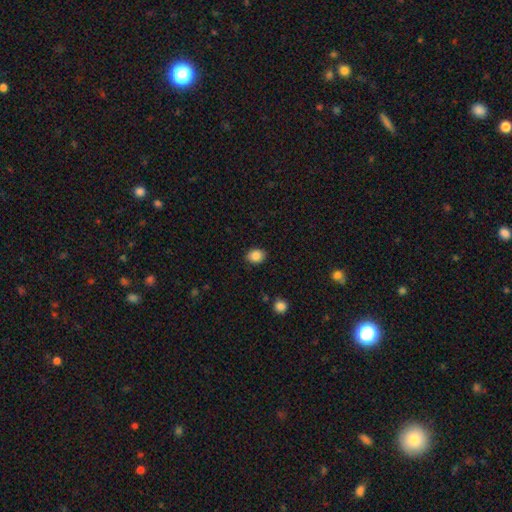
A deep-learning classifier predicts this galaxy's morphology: Q: Smooth or featured?
A: smooth (87%); runner-up: star or artifact (9%)
Q: How rounded?
A: in between (52%); runner-up: round (47%)
Q: Merging?
A: none (88%); runner-up: minor disturbance (9%)